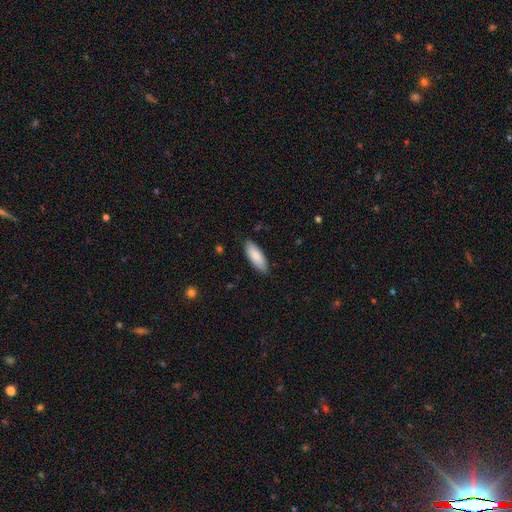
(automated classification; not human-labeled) Smooth or featured: smooth — 84% (featured or disk — 11%)
How rounded: in between — 72% (cigar-shaped — 26%)
Merging: none — 85% (minor disturbance — 12%)